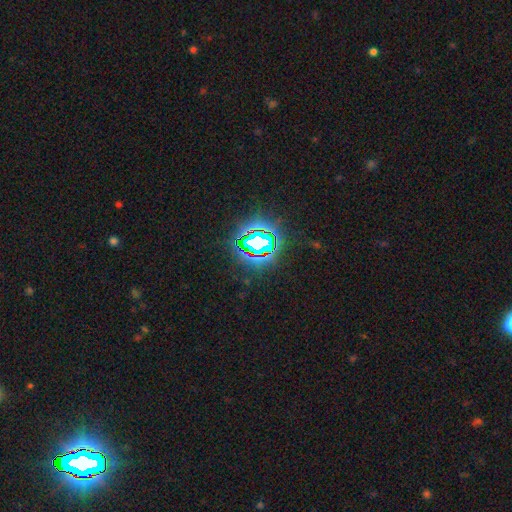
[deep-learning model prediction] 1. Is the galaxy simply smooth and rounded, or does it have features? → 79% star or artifact, 13% smooth, 8% featured or disk.